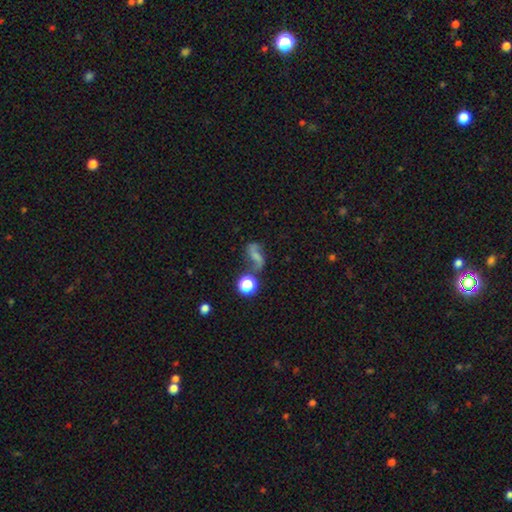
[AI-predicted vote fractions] This appears to be a featured or disk galaxy (56%) with no bar (43%), spiral arms (88%) and no central bulge (52%). Merging: none (53%).